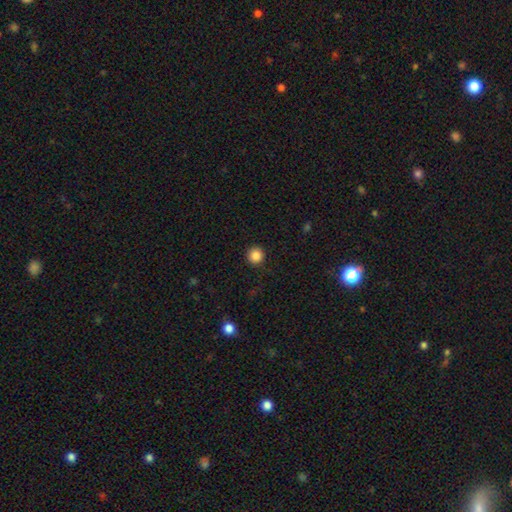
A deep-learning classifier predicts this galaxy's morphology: smooth-or-featured: smooth: 86% | star or artifact: 11% | featured or disk: 3%
  how-rounded: round: 95% | in between: 4% | cigar-shaped: 1%
  merging: none: 92% | minor disturbance: 5% | major disturbance: 2% | merger: 1%